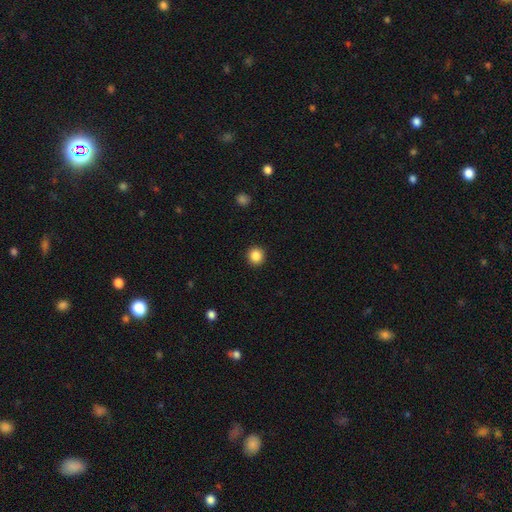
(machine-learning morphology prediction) smooth-or-featured: smooth: 86% | star or artifact: 10% | featured or disk: 3%
  how-rounded: round: 93% | in between: 6% | cigar-shaped: 1%
  merging: none: 93% | minor disturbance: 4% | major disturbance: 2% | merger: 1%